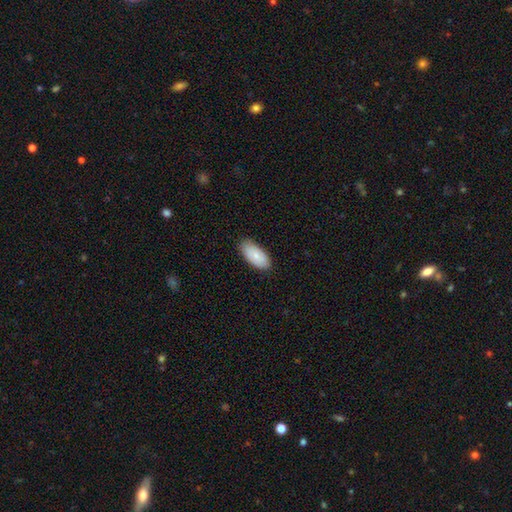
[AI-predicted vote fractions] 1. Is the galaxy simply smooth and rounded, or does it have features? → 79% smooth, 15% featured or disk, 6% star or artifact.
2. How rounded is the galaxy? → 93% in between, 5% cigar-shaped, 2% round.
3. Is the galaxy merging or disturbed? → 83% none, 14% minor disturbance, 2% major disturbance, 1% merger.